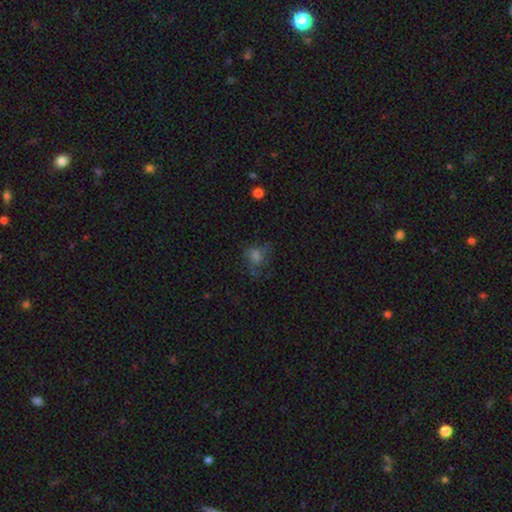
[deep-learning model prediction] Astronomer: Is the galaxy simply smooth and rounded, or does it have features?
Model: smooth — 43% (runner-up: featured or disk, 30%).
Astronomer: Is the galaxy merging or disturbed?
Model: none — 50% (runner-up: major disturbance, 26%).